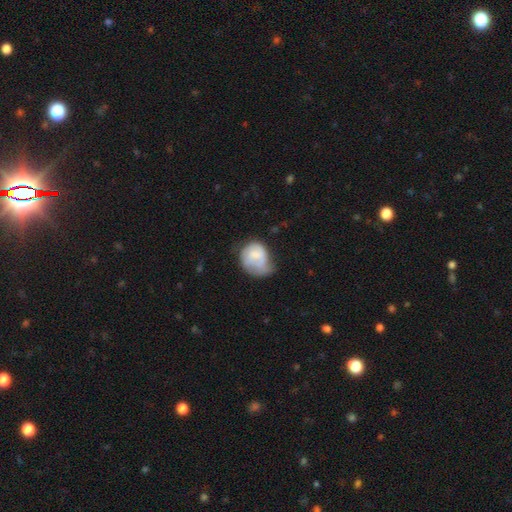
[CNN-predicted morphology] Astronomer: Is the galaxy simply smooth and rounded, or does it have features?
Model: smooth — 60%.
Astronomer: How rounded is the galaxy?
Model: round — 54% (runner-up: in between, 45%).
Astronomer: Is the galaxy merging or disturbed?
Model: minor disturbance — 40% (runner-up: major disturbance, 31%).